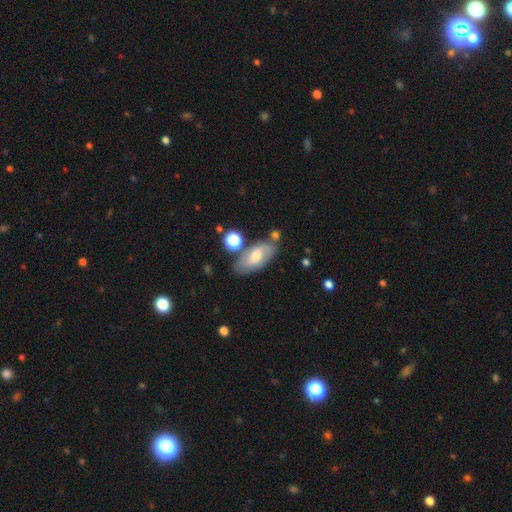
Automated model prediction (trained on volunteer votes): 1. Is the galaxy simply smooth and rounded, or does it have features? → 46% featured or disk (tied), 46% smooth (tied), 8% star or artifact.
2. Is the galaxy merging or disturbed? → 65% none, 19% minor disturbance, 10% merger, 6% major disturbance.